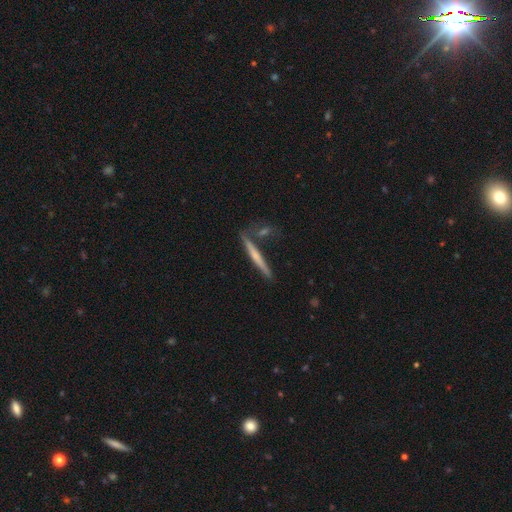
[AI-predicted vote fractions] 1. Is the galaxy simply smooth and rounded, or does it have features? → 53% featured or disk, 40% smooth, 7% star or artifact.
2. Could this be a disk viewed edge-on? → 96% yes, 4% no.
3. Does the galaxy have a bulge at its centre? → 46% rounded, 45% none, 9% boxy.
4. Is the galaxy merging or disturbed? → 74% none, 11% merger, 11% minor disturbance, 3% major disturbance.